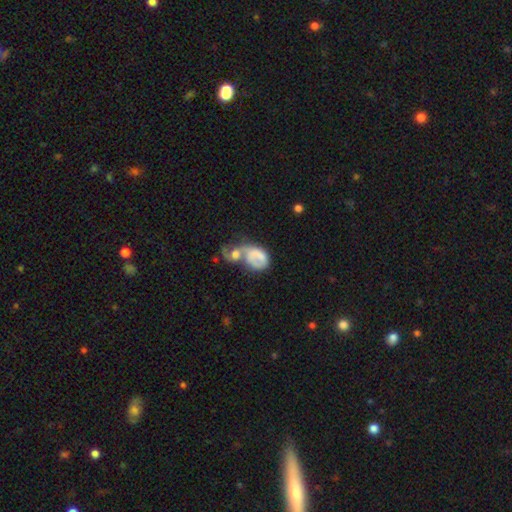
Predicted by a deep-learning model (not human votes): A smooth galaxy with no disk features (50%).

Vote fractions:
- Smooth or featured? smooth: 50% / featured or disk: 42% / star or artifact: 8%
- Merging? merger: 67% / major disturbance: 16% / none: 10% / minor disturbance: 7%